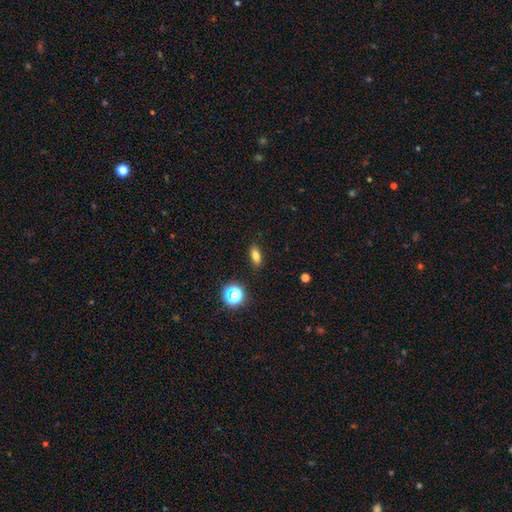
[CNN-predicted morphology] Smooth or featured? smooth (76%)
How rounded? in between (76%)
Merging? none (89%)